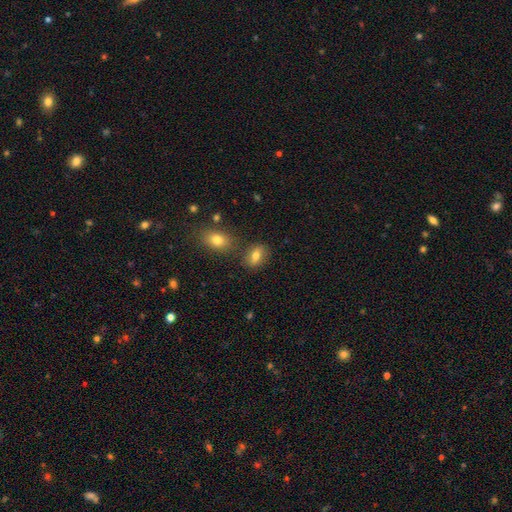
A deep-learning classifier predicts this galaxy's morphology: Smooth or featured: smooth — 76% (featured or disk — 14%)
How rounded: in between — 78% (round — 19%)
Merging: none — 76% (minor disturbance — 12%)